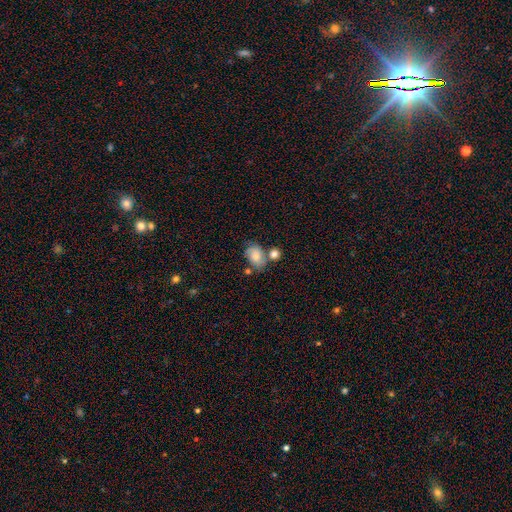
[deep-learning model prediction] Overall: smooth (69%). How rounded: in between (71%). Merging: none (46%; minor disturbance 23%).